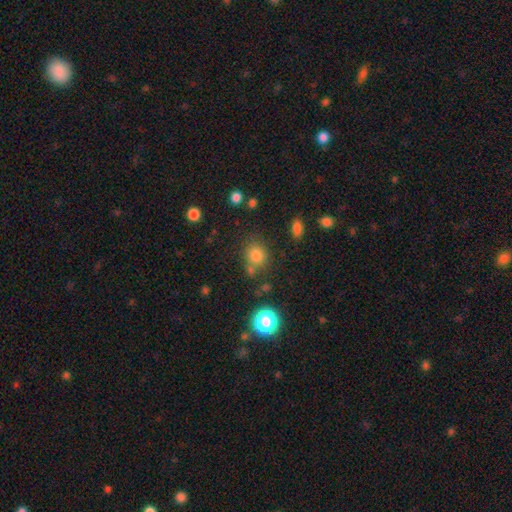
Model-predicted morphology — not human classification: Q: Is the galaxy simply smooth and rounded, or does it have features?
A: smooth — 78%.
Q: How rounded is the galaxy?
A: round — 78%.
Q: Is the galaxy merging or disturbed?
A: none — 70%.